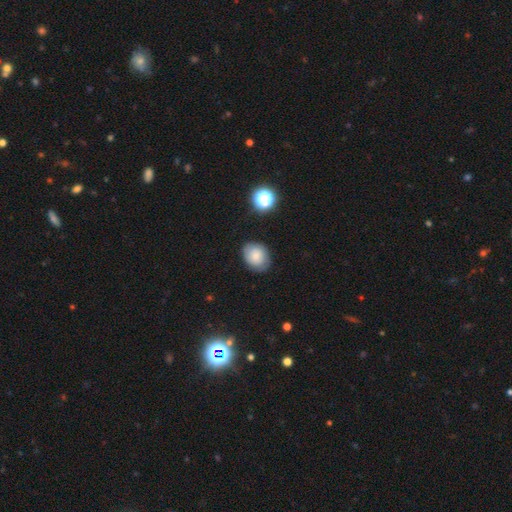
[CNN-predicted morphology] Overall: smooth (70%). How rounded: in between (56%; round 43%). Merging: none (78%).